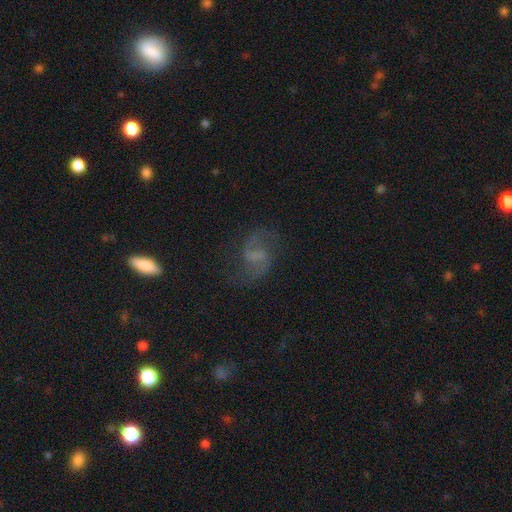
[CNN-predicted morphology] type=featured or disk (77%); edge-on=no (97%); bar=weak (51%); spiral arms=yes (94%); winding=loose (52%); arm count=2 (91%); bulge=none (55%); merging=none (72%).